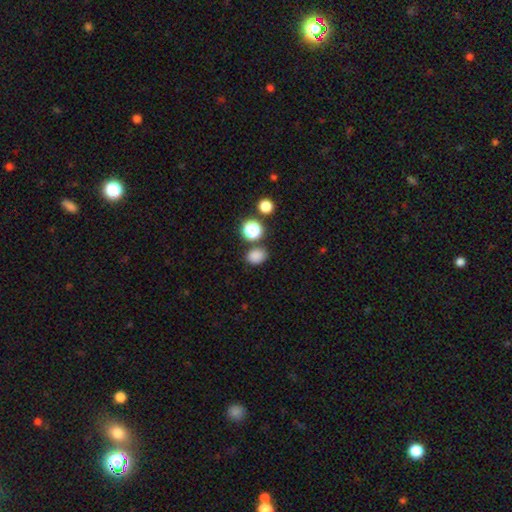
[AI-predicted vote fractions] A smooth galaxy with no disk features (80%) that is in between round and cigar-shaped (57%).

Vote fractions:
- Smooth or featured? smooth: 80% / star or artifact: 15% / featured or disk: 4%
- How rounded? in between: 57% / round: 42% / cigar-shaped: 1%
- Merging? none: 77% / minor disturbance: 11% / merger: 8% / major disturbance: 3%